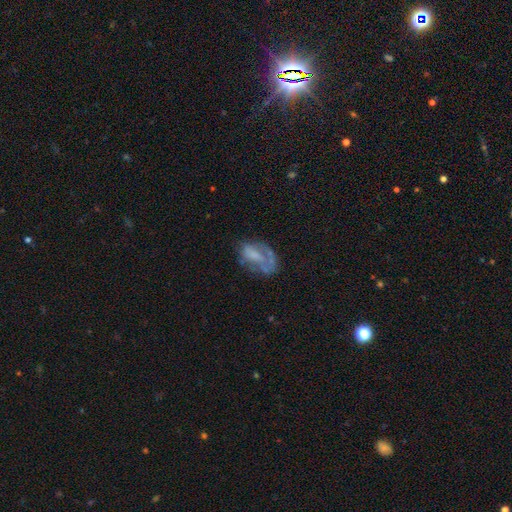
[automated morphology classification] Smooth or featured? featured or disk (49%)
Merging? none (39%)